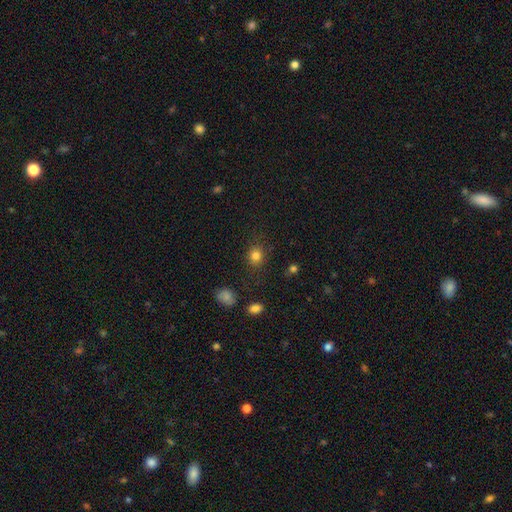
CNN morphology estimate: A smooth galaxy with no disk features (82%) that is round (74%). Merging: none (84%).